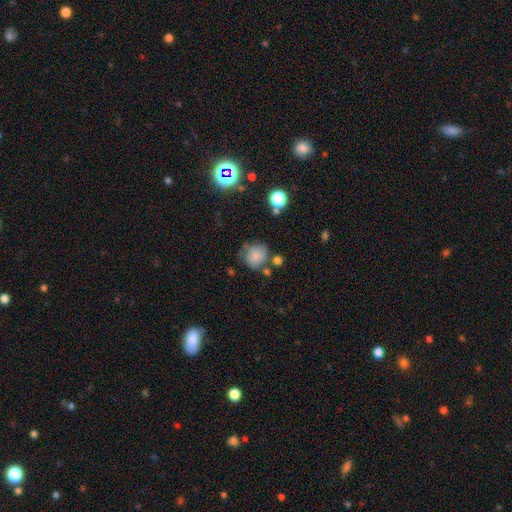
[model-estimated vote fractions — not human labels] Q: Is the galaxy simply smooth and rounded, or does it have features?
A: smooth — 72%.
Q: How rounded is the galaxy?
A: round — 80%.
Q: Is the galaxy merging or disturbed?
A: none — 54%.